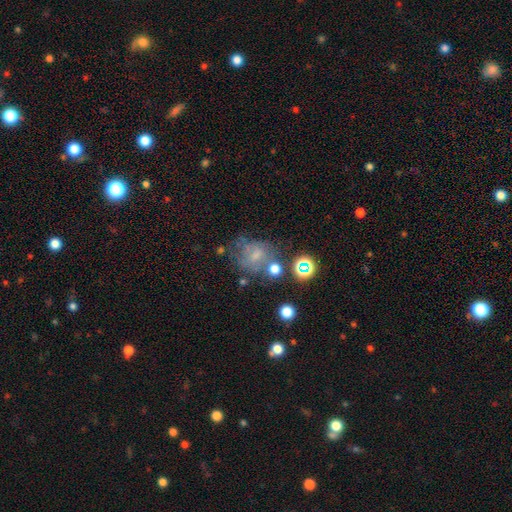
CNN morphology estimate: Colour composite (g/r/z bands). It shows a featured or disk galaxy (39%). Merging: none (47%).